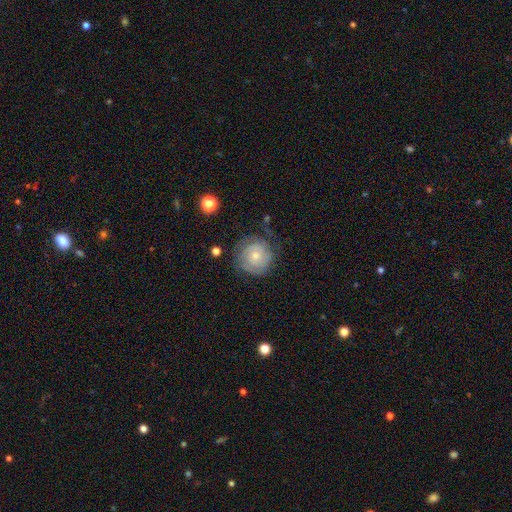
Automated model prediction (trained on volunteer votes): A featured or disk galaxy (52%) with no bar (80%), spiral arms (80%) and a small central bulge (54%). Merging: none (67%).